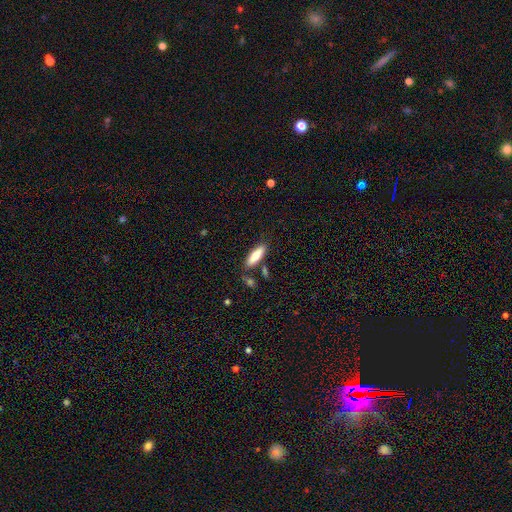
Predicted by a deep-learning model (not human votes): Smooth or featured: smooth — 76% (featured or disk — 18%)
How rounded: in between — 53% (cigar-shaped — 46%)
Merging: none — 78% (minor disturbance — 12%)